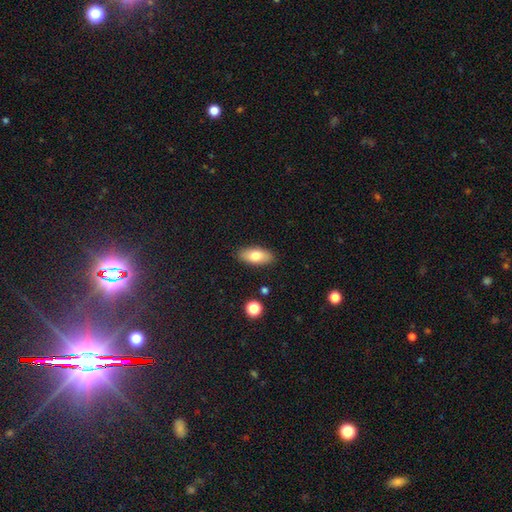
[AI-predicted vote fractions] Overall: smooth (77%). How rounded: in between (86%). Merging: none (88%).